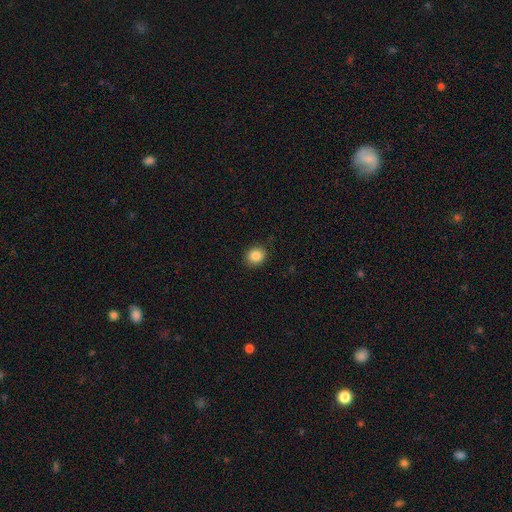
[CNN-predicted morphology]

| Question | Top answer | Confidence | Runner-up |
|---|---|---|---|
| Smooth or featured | smooth | 86% | star or artifact (10%) |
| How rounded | round | 74% | in between (25%) |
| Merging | none | 88% | minor disturbance (8%) |